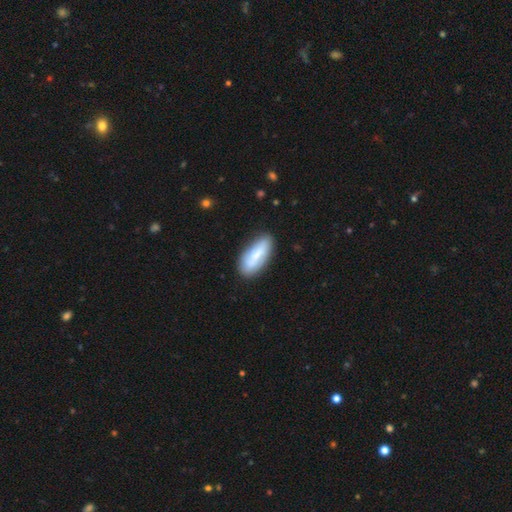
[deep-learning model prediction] The model was most divided on "smooth or featured": smooth: 72%, featured or disk: 22%, star or artifact: 6%. More confident: merging — none (80%); how rounded — in between (79%).